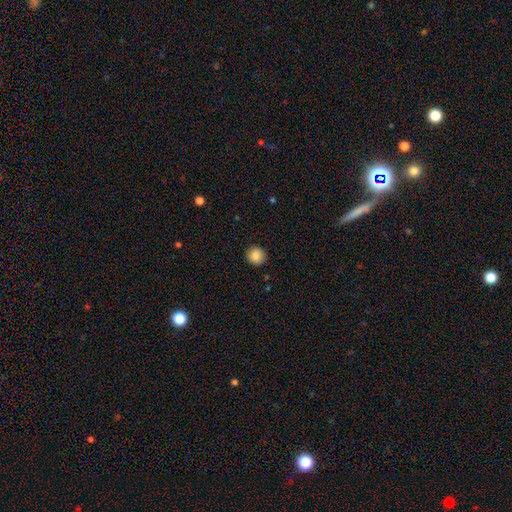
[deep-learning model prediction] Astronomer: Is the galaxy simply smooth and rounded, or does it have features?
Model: smooth — 87%.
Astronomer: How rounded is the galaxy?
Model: round — 92%.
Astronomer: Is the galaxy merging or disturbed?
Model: none — 91%.